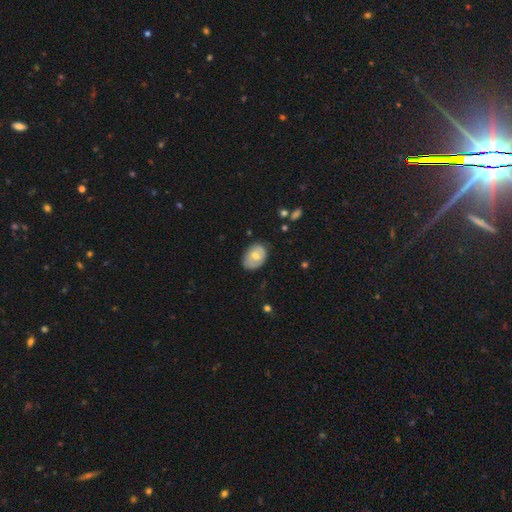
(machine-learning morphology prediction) Smooth or featured: smooth — 64% (featured or disk — 29%)
How rounded: in between — 78% (round — 21%)
Merging: none — 67% (minor disturbance — 26%)